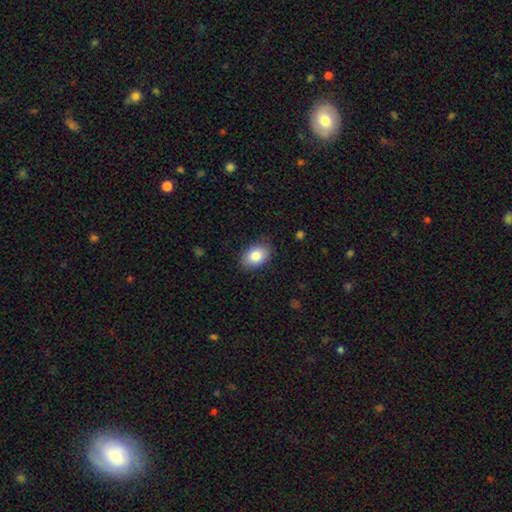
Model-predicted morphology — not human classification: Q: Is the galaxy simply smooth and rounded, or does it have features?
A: smooth — 83%.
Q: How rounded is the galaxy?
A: in between — 84%.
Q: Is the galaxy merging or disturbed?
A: none — 85%.